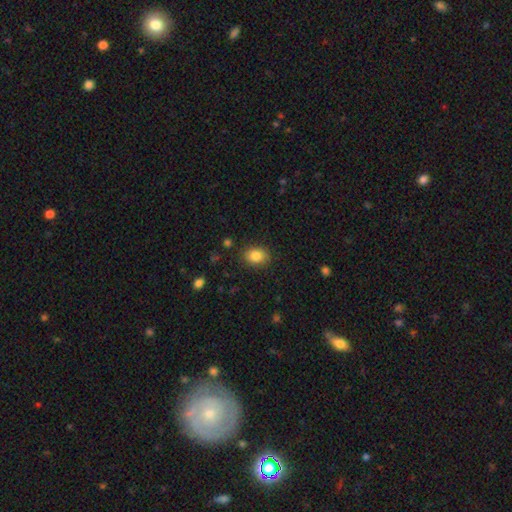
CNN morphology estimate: Smooth or featured?
  - smooth: 85% *
  - star or artifact: 9%
  - featured or disk: 5%
How rounded?
  - in between: 60% *
  - round: 39%
  - cigar-shaped: 1%
Merging?
  - none: 86% *
  - minor disturbance: 9%
  - major disturbance: 3%
  - merger: 1%